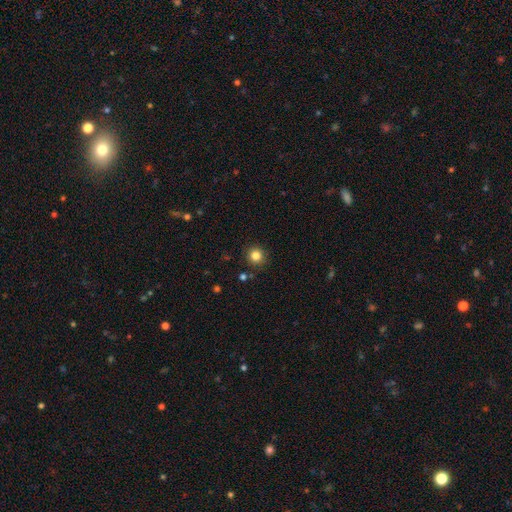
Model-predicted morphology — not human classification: The model was most divided on "smooth or featured": smooth: 83%, star or artifact: 12%, featured or disk: 5%. More confident: how rounded — round (94%); merging — none (90%).